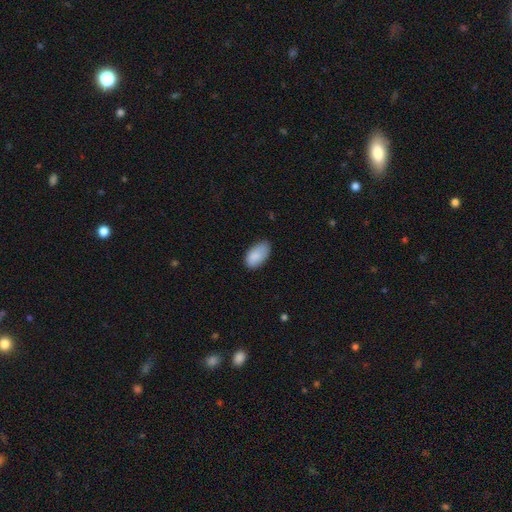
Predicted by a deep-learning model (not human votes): This appears to be a smooth galaxy with no disk features (88%) that is in between round and cigar-shaped (95%). Merging: none (71%).